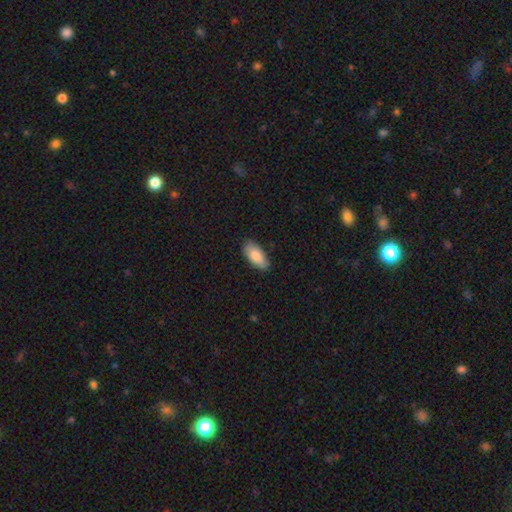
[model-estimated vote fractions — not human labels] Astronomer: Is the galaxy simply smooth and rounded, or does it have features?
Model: smooth — 82%.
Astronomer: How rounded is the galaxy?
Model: in between — 91%.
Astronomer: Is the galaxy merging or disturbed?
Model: none — 81%.